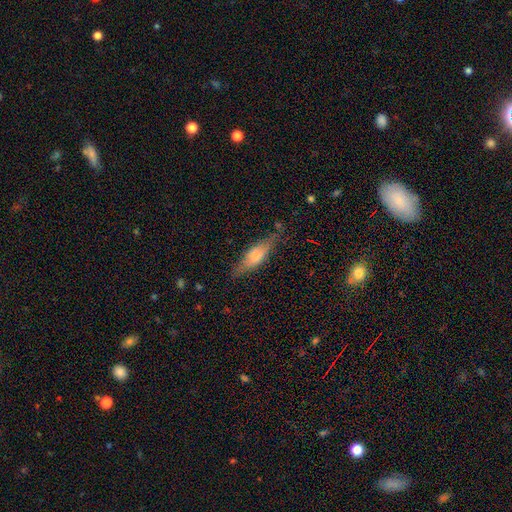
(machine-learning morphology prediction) Q: Smooth or featured?
A: smooth (47%); runner-up: featured or disk (46%)
Q: Merging?
A: none (77%); runner-up: minor disturbance (17%)